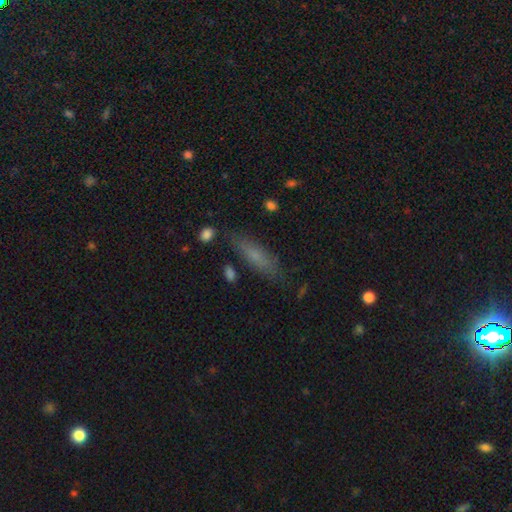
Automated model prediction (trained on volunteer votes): This is likely a smooth galaxy (66%). How rounded: likely cigar-shaped (65%). Merging: likely none (79%).